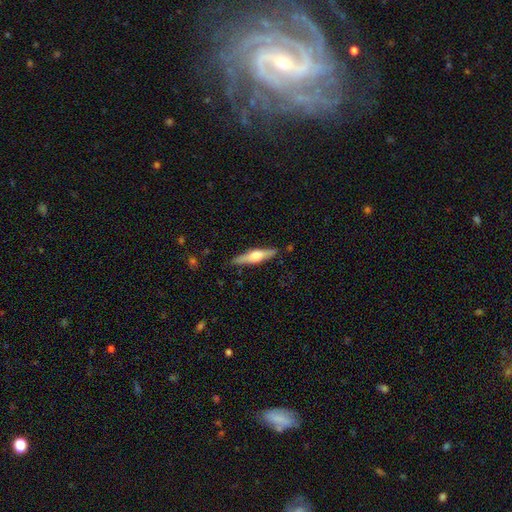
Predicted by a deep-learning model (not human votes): Smooth or featured? featured or disk (62%)
Edge-on disk? yes (97%)
Edge-on bulge? rounded (92%)
Merging? none (88%)